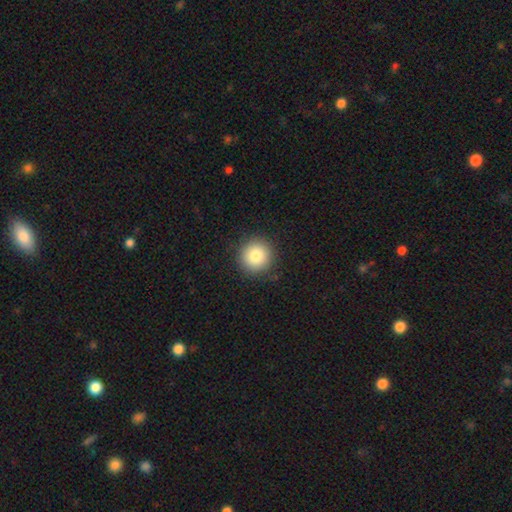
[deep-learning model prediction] Overall: smooth (81%). How rounded: round (94%). Merging: none (90%).